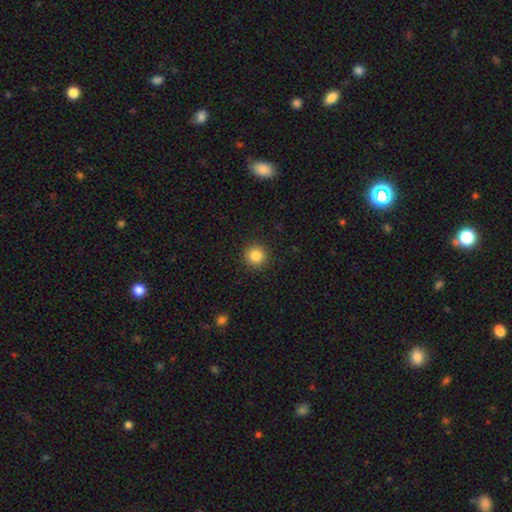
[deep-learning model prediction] Morphology: type=smooth (85%); roundness=round (95%); merging=none (92%).